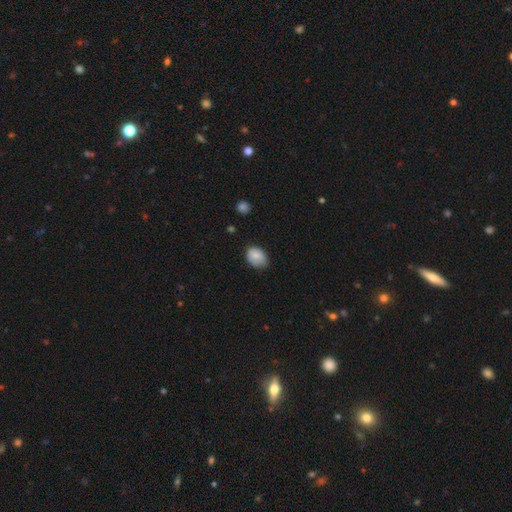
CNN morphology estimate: Smooth or featured? Predicted: smooth (p=0.82). How rounded? Predicted: in between (p=0.69). Merging? Predicted: none (p=0.68).